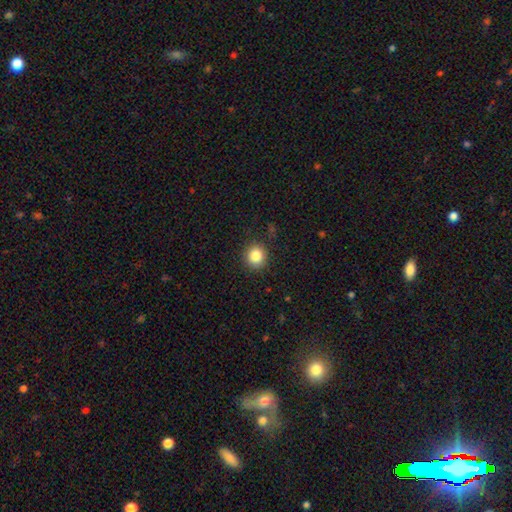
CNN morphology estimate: smooth_or_featured: smooth (p=0.85) [alt: star or artifact p=0.10]
how_rounded: round (p=0.87) [alt: in between p=0.12]
merging: none (p=0.89) [alt: minor disturbance p=0.07]